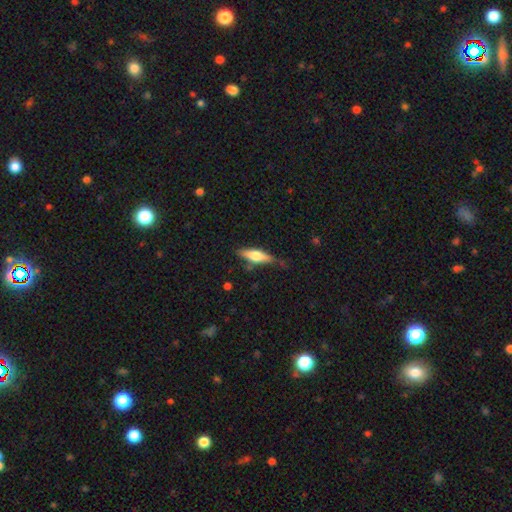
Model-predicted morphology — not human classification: Smooth or featured? Predicted: smooth (p=0.48). Merging? Predicted: none (p=0.76).